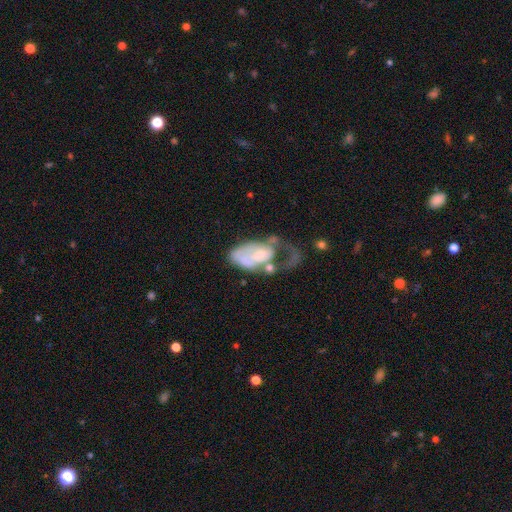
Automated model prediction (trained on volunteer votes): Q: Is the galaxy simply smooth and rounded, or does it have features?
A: featured or disk — 60%.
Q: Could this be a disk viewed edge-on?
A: no — 95%.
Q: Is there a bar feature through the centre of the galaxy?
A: no — 71%.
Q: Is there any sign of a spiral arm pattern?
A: no — 54%.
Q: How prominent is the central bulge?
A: small — 51%.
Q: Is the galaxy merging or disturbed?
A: major disturbance — 51%.